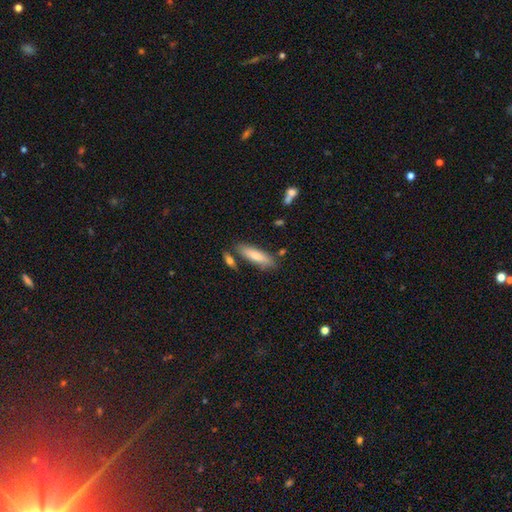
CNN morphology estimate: This is likely a smooth galaxy (76%). How rounded: likely cigar-shaped (61%). Merging: likely none (78%).